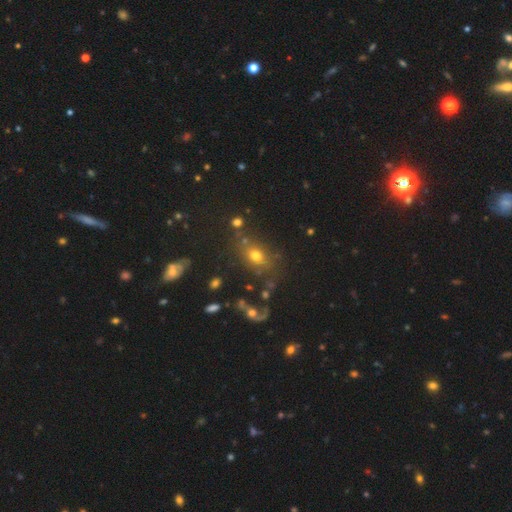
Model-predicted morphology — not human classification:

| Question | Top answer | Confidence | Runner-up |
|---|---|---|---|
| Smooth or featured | smooth | 66% | star or artifact (18%) |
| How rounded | in between | 68% | round (29%) |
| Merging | none | 67% | minor disturbance (15%) |